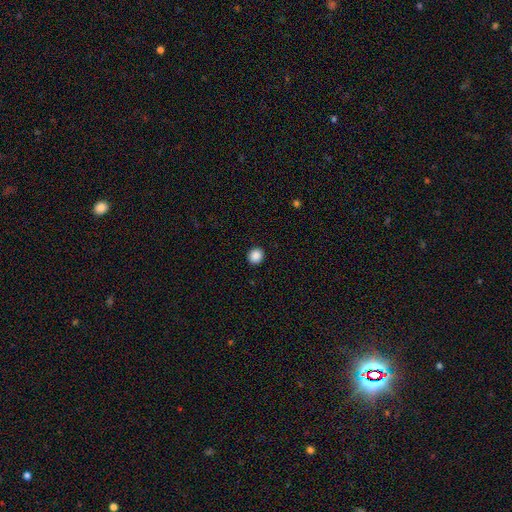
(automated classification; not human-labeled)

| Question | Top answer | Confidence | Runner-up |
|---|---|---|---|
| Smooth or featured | smooth | 88% | star or artifact (9%) |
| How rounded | round | 85% | in between (14%) |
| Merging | none | 92% | minor disturbance (5%) |